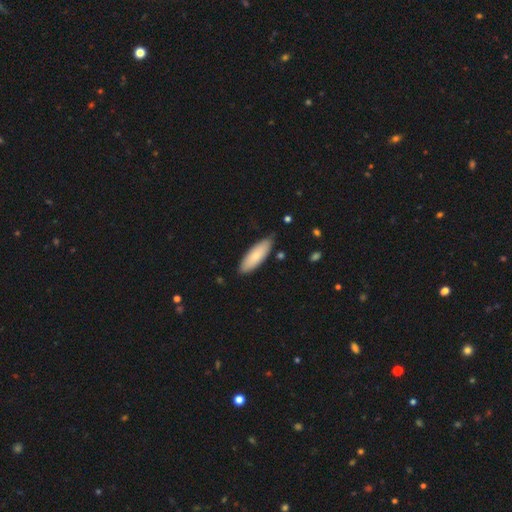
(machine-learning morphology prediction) Smooth or featured? Predicted: smooth (p=0.82). How rounded? Predicted: in between (p=0.59). Merging? Predicted: none (p=0.81).